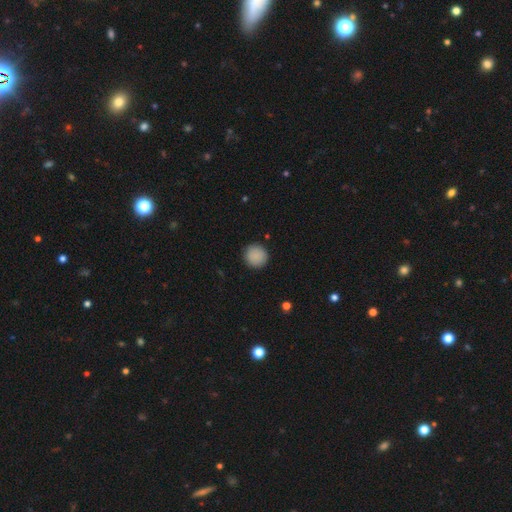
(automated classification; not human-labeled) smooth-or-featured: smooth: 89% | star or artifact: 8% | featured or disk: 3%
  how-rounded: round: 94% | in between: 5% | cigar-shaped: 1%
  merging: none: 90% | minor disturbance: 7% | major disturbance: 2% | merger: 1%